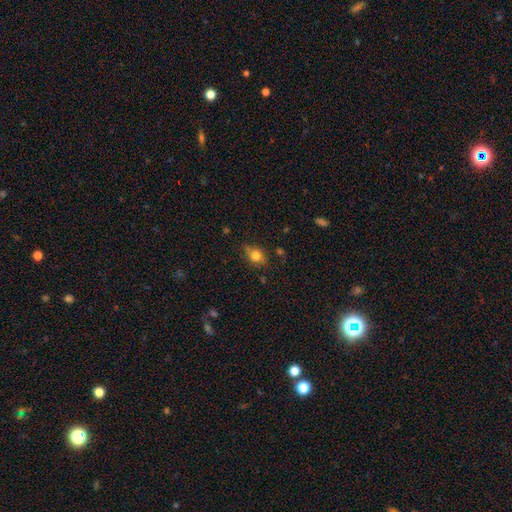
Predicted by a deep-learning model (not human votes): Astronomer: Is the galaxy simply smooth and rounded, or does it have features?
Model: smooth — 77%.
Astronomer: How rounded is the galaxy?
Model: in between — 56% (runner-up: round, 42%).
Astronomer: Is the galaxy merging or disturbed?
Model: none — 72%.